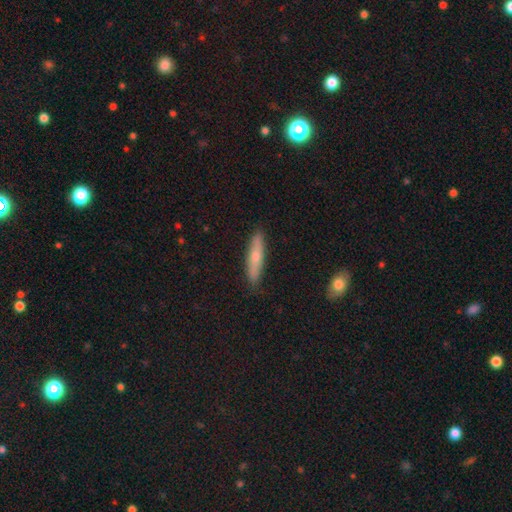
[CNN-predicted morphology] This is likely a smooth galaxy (62%). How rounded: clearly cigar-shaped (83%). Merging: clearly none (87%).